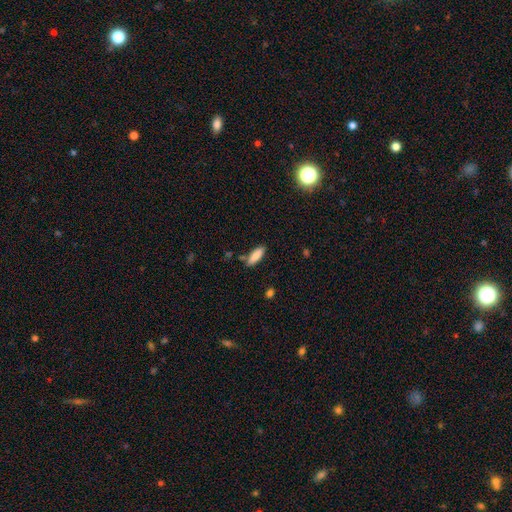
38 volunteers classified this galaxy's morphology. A smooth galaxy with no disk features (95%) that is in between round and cigar-shaped (50%, tied with cigar-shaped). Merging: none (83%).